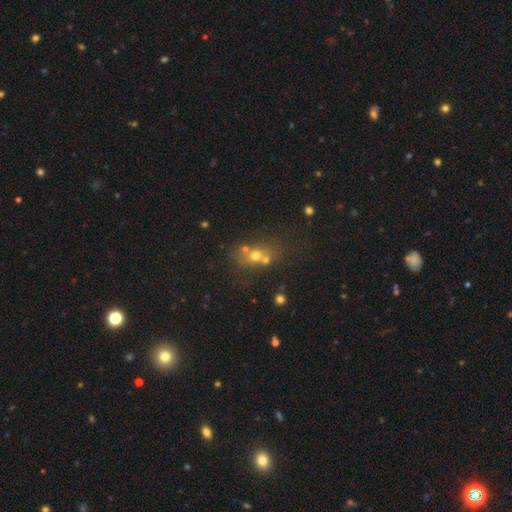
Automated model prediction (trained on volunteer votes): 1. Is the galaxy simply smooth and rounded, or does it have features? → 54% smooth, 23% star or artifact, 23% featured or disk.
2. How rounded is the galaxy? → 62% round, 35% in between, 3% cigar-shaped.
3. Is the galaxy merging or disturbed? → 45% merger, 39% none, 10% minor disturbance, 6% major disturbance.